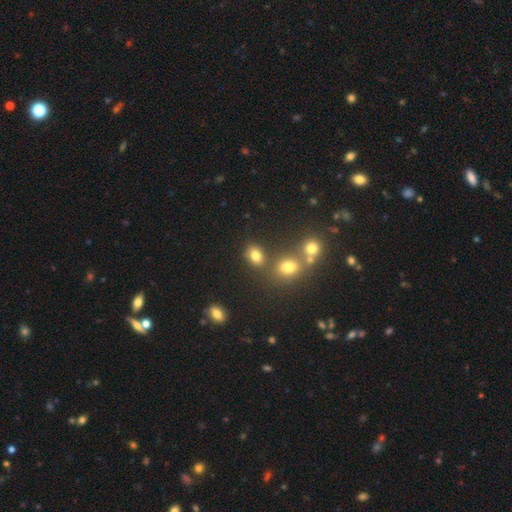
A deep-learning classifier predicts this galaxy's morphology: Q: Smooth or featured?
A: smooth (77%); runner-up: star or artifact (15%)
Q: How rounded?
A: in between (63%); runner-up: round (35%)
Q: Merging?
A: none (69%); runner-up: merger (15%)